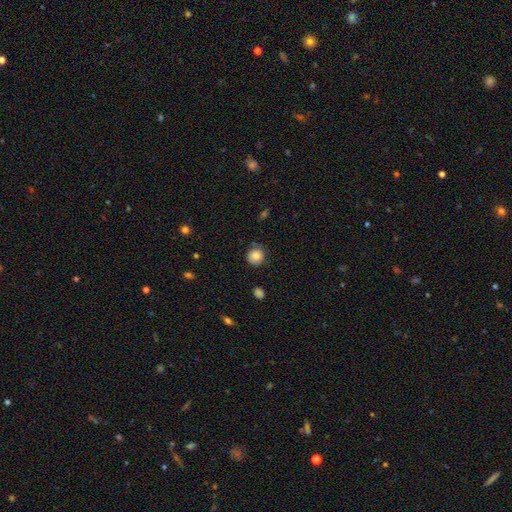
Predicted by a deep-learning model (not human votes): Q: Smooth or featured?
A: smooth (82%); runner-up: star or artifact (10%)
Q: How rounded?
A: round (90%); runner-up: in between (9%)
Q: Merging?
A: none (80%); runner-up: minor disturbance (15%)